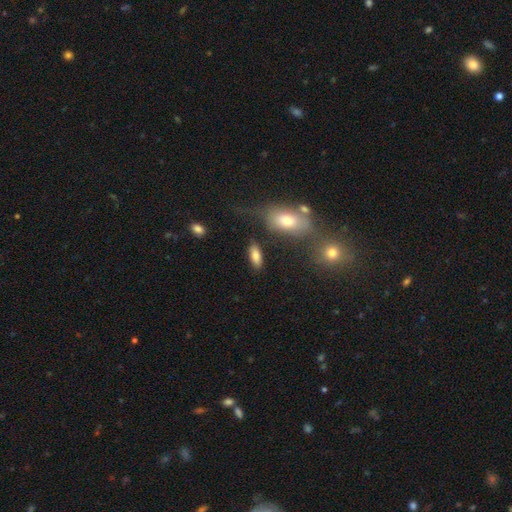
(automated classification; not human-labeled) smooth 81%, featured or disk 11%, star or artifact 8%. Down the decision tree: how rounded — in between (80%); merging — none (78%).